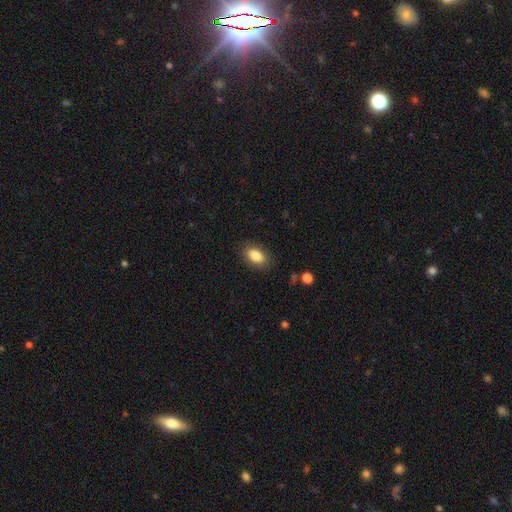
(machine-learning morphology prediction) smooth_or_featured: smooth (p=0.85) [alt: featured or disk p=0.08]
how_rounded: in between (p=0.91) [alt: round p=0.07]
merging: none (p=0.84) [alt: minor disturbance p=0.11]